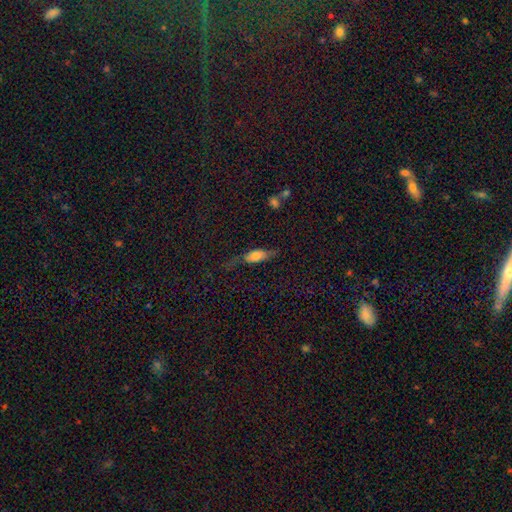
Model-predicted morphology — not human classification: smooth_or_featured: smooth (p=0.61) [alt: featured or disk p=0.29]
how_rounded: in between (p=0.62) [alt: cigar-shaped p=0.34]
merging: none (p=0.54) [alt: minor disturbance p=0.27]